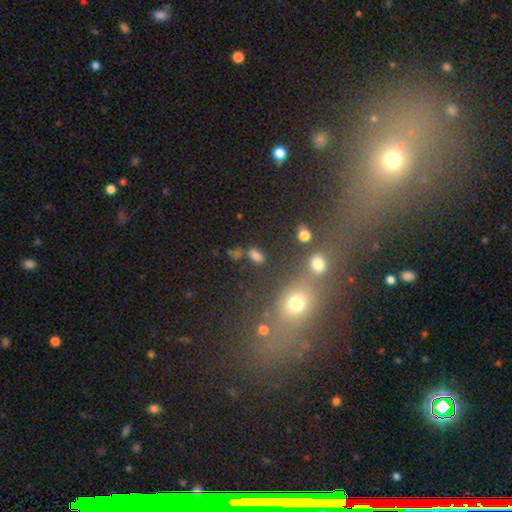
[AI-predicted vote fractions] A smooth galaxy with no disk features (72%) that is in between round and cigar-shaped (78%).

Vote fractions:
- Smooth or featured? smooth: 72% / star or artifact: 19% / featured or disk: 9%
- How rounded? in between: 78% / round: 16% / cigar-shaped: 6%
- Merging? none: 69% / merger: 12% / minor disturbance: 12% / major disturbance: 6%